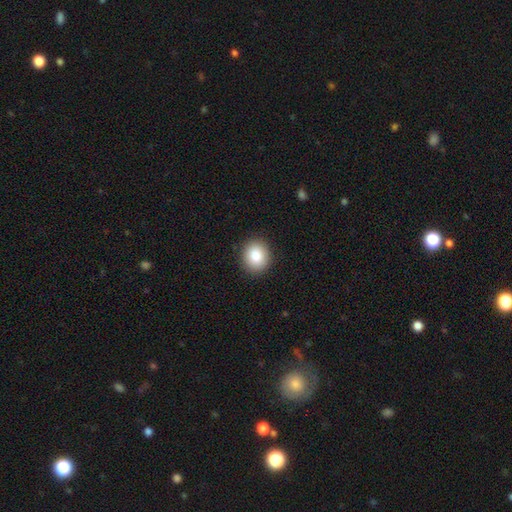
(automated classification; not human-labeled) Smooth or featured? Predicted: smooth (p=0.86). How rounded? Predicted: round (p=0.75). Merging? Predicted: none (p=0.91).